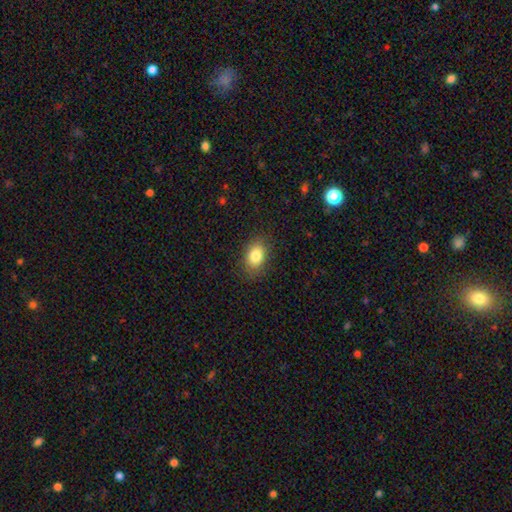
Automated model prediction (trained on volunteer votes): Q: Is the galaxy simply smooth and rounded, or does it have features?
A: smooth — 84%.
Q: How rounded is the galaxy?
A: in between — 79%.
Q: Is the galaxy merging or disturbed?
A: none — 85%.